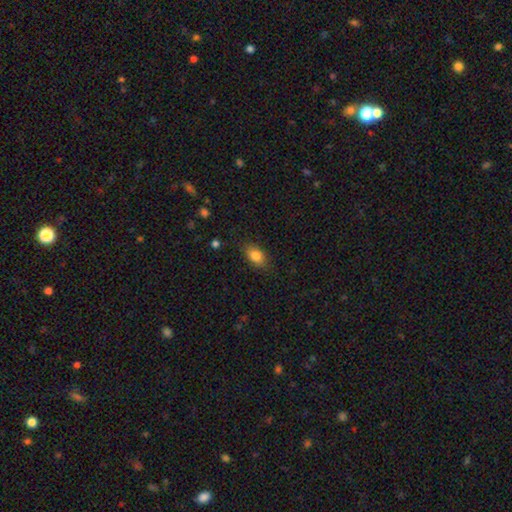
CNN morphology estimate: The model was most divided on "merging": none: 83%, minor disturbance: 13%, major disturbance: 3%, merger: 1%. More confident: how rounded — in between (84%); smooth or featured — smooth (83%).